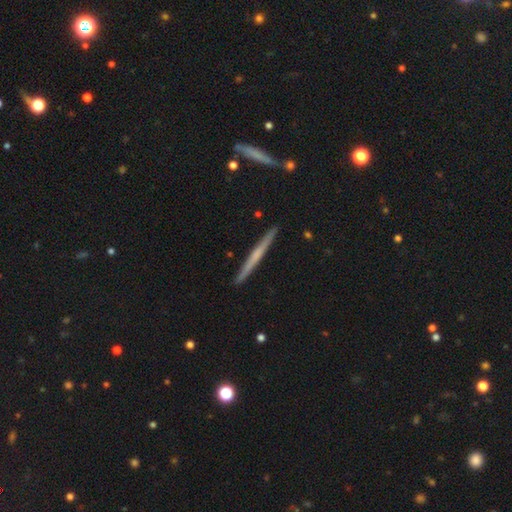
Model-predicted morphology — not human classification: Overall: featured or disk (58%; smooth 37%). Edge-on disk: yes (98%). Edge-on bulge: none (73%). Merging: none (91%).